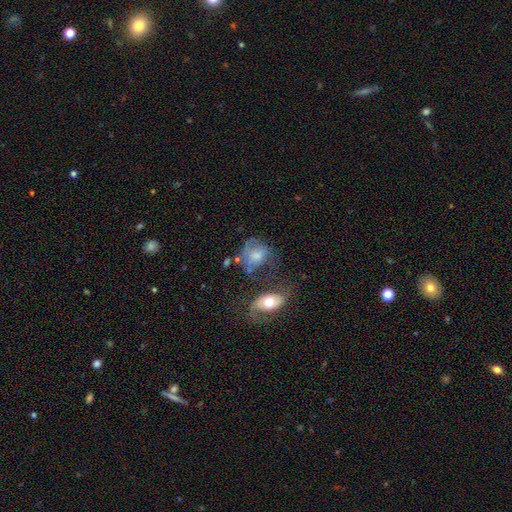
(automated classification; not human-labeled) Q: Smooth or featured?
A: smooth (49%); runner-up: featured or disk (41%)
Q: Merging?
A: none (32%); runner-up: major disturbance (30%)